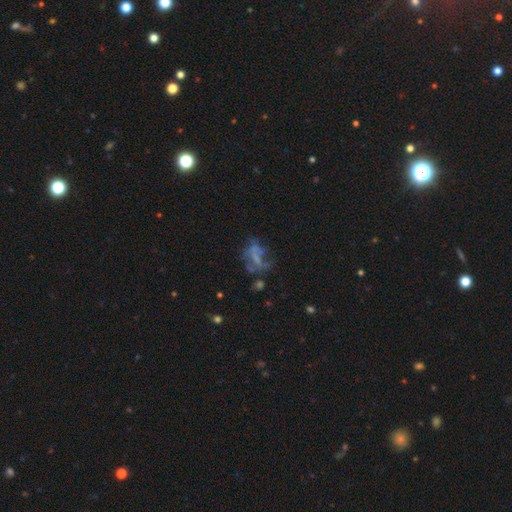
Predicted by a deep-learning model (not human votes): A featured or disk galaxy (53%) with no bar (74%), no spiral arms (71%) and no central bulge (72%).

Vote fractions:
- Smooth or featured? featured or disk: 53% / smooth: 25% / star or artifact: 22%
- Edge-on disk? no: 97% / yes: 3%
- Bar? no: 74% / weak: 19% / strong: 8%
- Spiral arms? no: 71% / yes: 29%
- Bulge size? none: 72% / small: 17% / moderate: 9% / large: 2% / dominant: 1%
- Merging? major disturbance: 37% / none: 34% / minor disturbance: 17% / merger: 11%